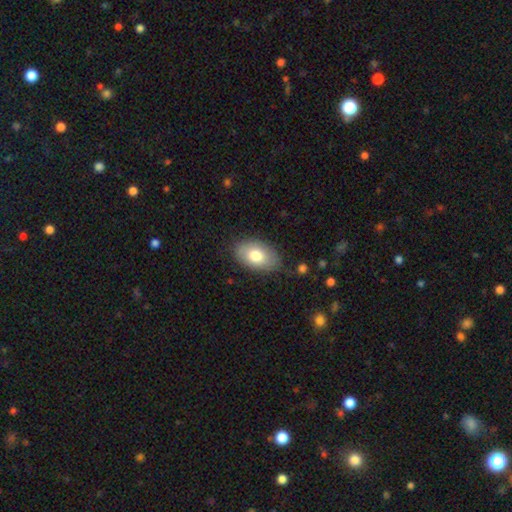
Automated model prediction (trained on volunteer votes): Morphology: type=smooth (76%); roundness=in between (91%); merging=none (79%).